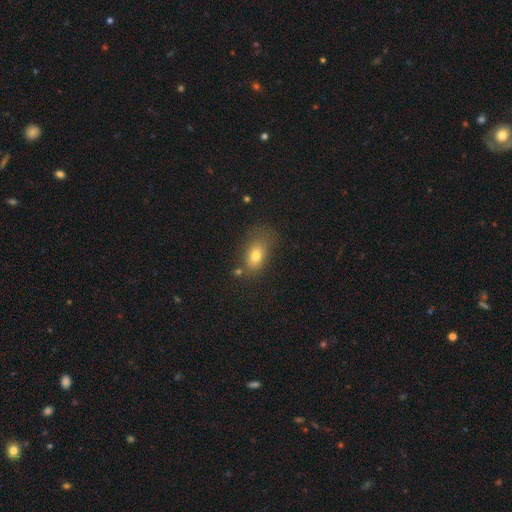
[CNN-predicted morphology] A smooth galaxy with no disk features (74%) that is in between round and cigar-shaped (82%). Merging: none (55%).